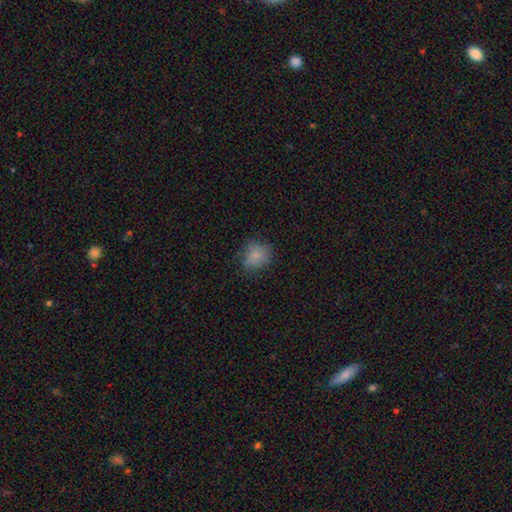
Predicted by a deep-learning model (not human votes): Morphology: type=smooth (78%); roundness=round (72%); merging=none (68%).